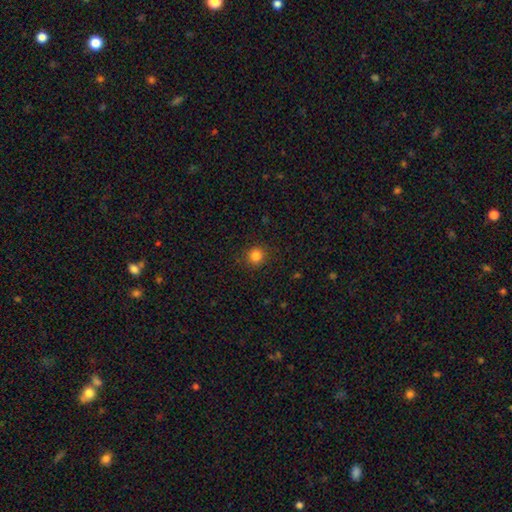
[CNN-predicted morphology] A smooth galaxy with no disk features (84%) that is round (93%). Merging: none (90%).